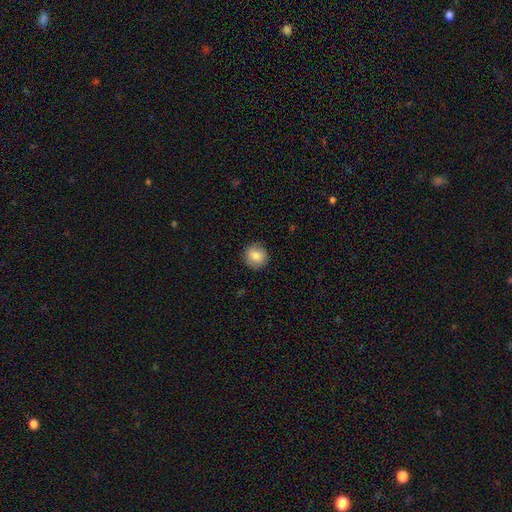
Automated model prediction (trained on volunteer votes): Smooth or featured? Predicted: smooth (p=0.83). How rounded? Predicted: round (p=0.93). Merging? Predicted: none (p=0.88).